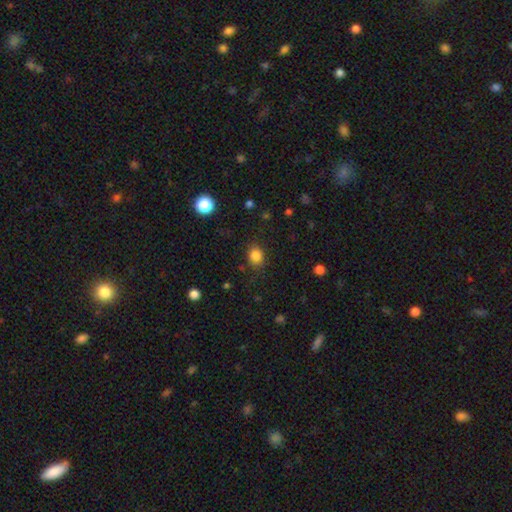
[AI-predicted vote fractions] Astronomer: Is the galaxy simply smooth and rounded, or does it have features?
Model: smooth — 84%.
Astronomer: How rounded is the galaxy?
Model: round — 59% (runner-up: in between, 40%).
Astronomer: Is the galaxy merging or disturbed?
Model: none — 83%.